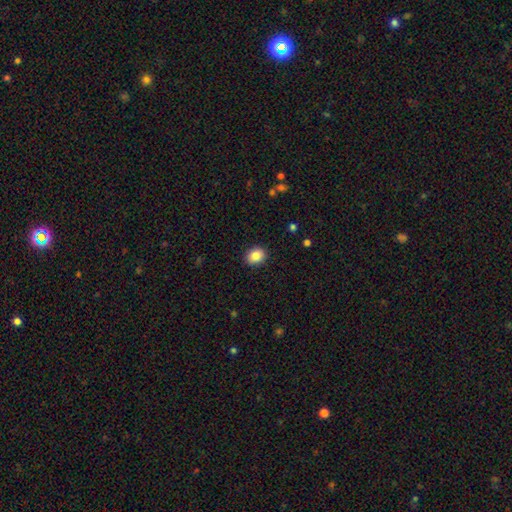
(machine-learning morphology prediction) type=smooth (86%); roundness=in between (55%); merging=none (90%).